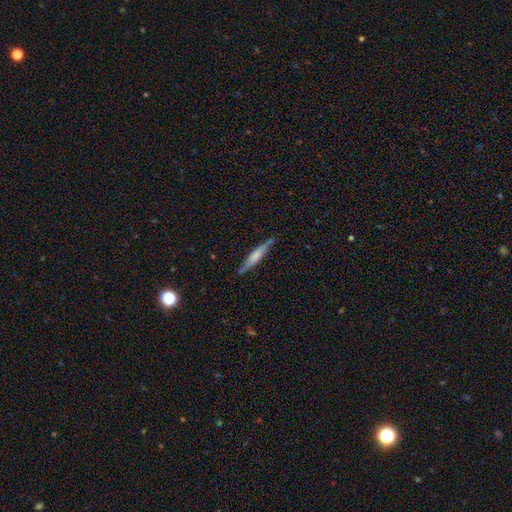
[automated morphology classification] Smooth or featured?
  - featured or disk: 47% * (tied)
  - smooth: 47% * (tied)
  - star or artifact: 6%
Merging?
  - none: 82% *
  - minor disturbance: 14%
  - major disturbance: 2%
  - merger: 2%